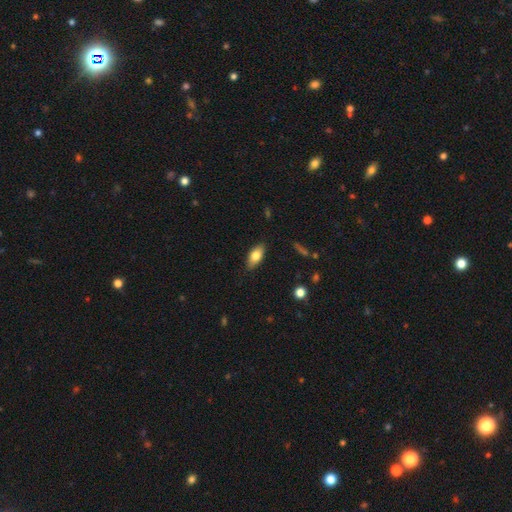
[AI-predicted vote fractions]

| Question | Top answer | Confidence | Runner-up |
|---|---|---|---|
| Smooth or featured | smooth | 78% | featured or disk (15%) |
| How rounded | in between | 87% | cigar-shaped (9%) |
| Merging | none | 86% | minor disturbance (11%) |